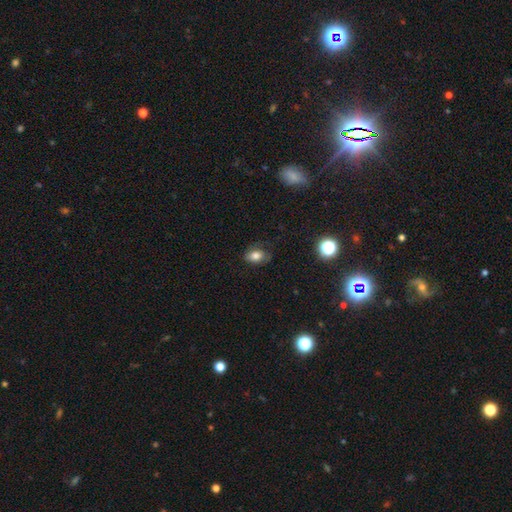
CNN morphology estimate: smooth_or_featured: smooth (p=0.74) [alt: featured or disk p=0.15]
how_rounded: in between (p=0.81) [alt: round p=0.18]
merging: none (p=0.64) [alt: minor disturbance p=0.24]